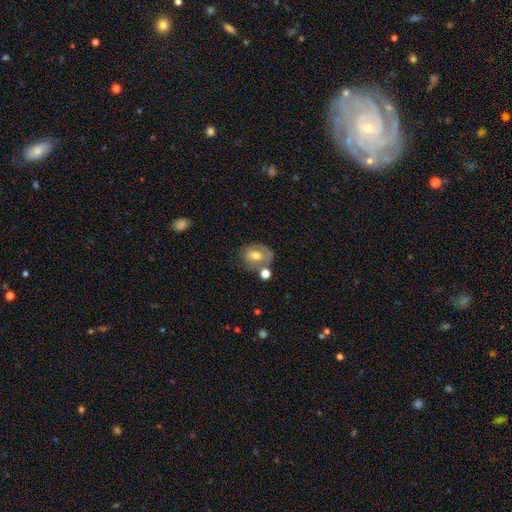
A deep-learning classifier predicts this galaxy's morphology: Q: Smooth or featured?
A: smooth (47%); runner-up: featured or disk (44%)
Q: Merging?
A: none (52%); runner-up: minor disturbance (21%)